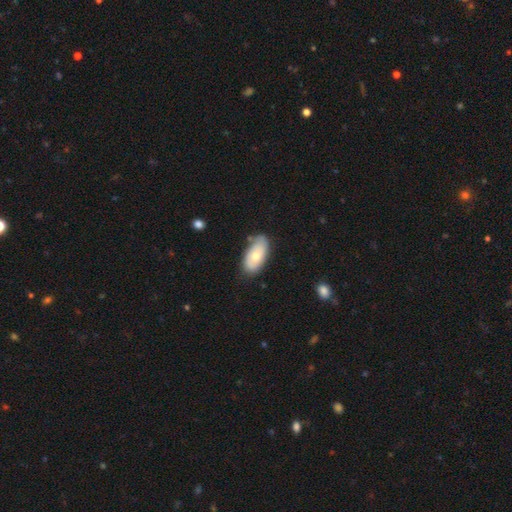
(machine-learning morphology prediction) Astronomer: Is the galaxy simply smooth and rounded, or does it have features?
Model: smooth — 66%.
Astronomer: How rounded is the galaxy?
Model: in between — 94%.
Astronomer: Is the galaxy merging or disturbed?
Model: none — 69%.